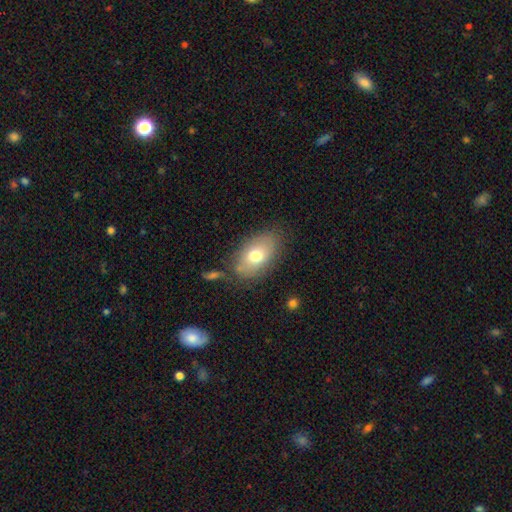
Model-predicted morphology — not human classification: smooth_or_featured: smooth (p=0.70) [alt: featured or disk p=0.21]
how_rounded: in between (p=0.89) [alt: round p=0.10]
merging: none (p=0.73) [alt: minor disturbance p=0.16]